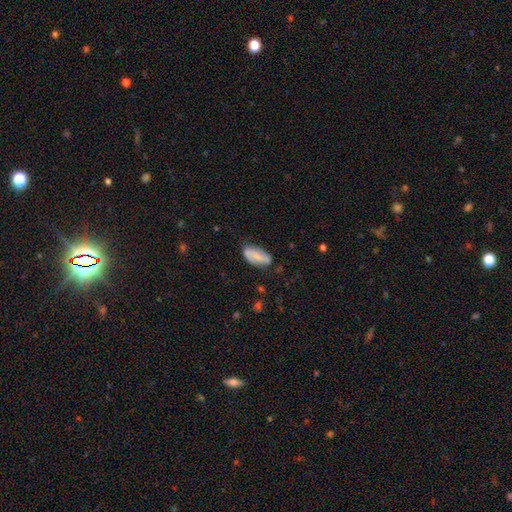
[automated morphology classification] Smooth or featured? Predicted: smooth (p=0.68). How rounded? Predicted: in between (p=0.88). Merging? Predicted: none (p=0.66).